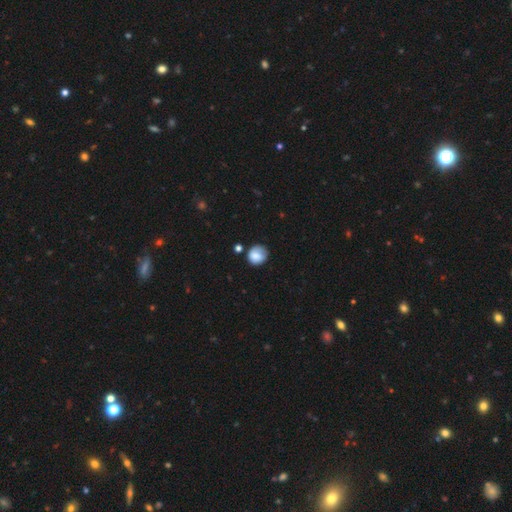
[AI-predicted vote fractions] Smooth or featured: smooth — 79% (featured or disk — 13%)
How rounded: round — 81% (in between — 18%)
Merging: none — 63% (minor disturbance — 24%)